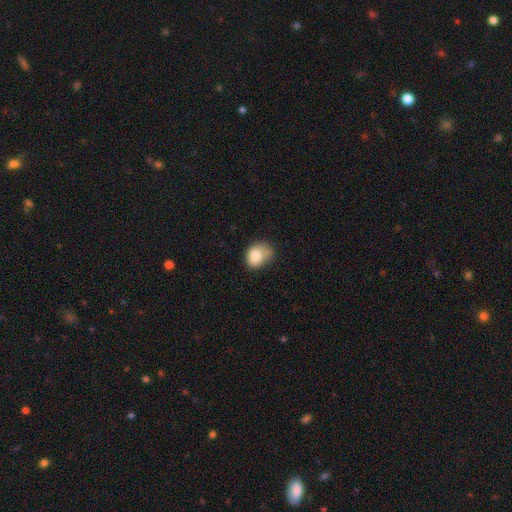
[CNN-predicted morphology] smooth-or-featured: smooth: 81% | featured or disk: 11% | star or artifact: 8%
  how-rounded: in between: 57% | round: 42% | cigar-shaped: 1%
  merging: none: 41% | minor disturbance: 37% | major disturbance: 14% | merger: 8%